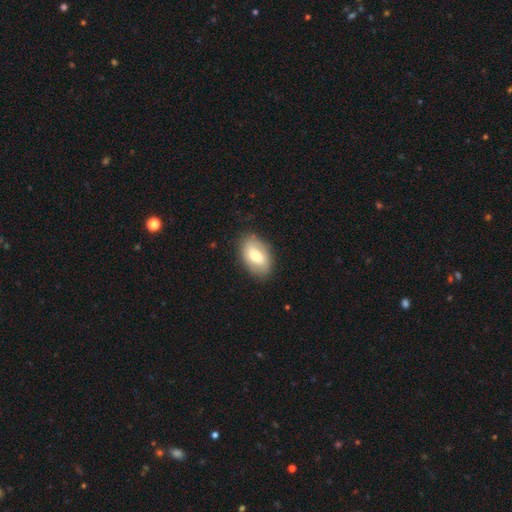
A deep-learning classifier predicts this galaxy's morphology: Q: Smooth or featured?
A: smooth (62%); runner-up: featured or disk (31%)
Q: How rounded?
A: in between (91%); runner-up: round (7%)
Q: Merging?
A: none (83%); runner-up: minor disturbance (13%)